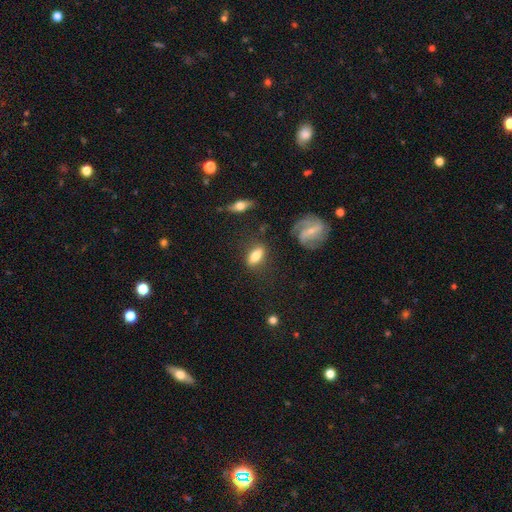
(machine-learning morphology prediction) Smooth or featured?
  - smooth: 69% *
  - featured or disk: 23%
  - star or artifact: 9%
How rounded?
  - in between: 76% *
  - cigar-shaped: 17%
  - round: 7%
Merging?
  - none: 75% *
  - minor disturbance: 15%
  - major disturbance: 6%
  - merger: 4%